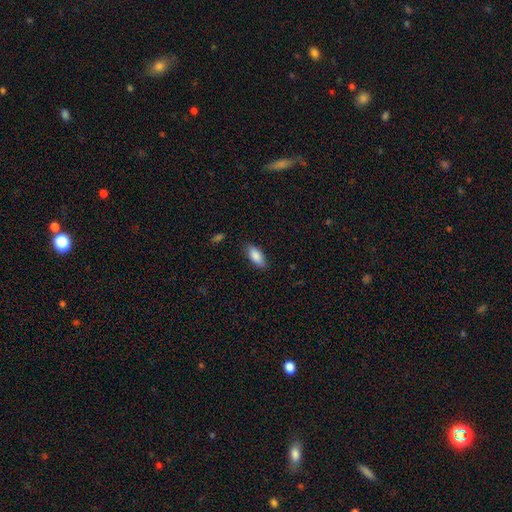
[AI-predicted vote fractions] Smooth or featured: smooth — 87% (featured or disk — 7%)
How rounded: in between — 85% (cigar-shaped — 13%)
Merging: none — 84% (minor disturbance — 12%)